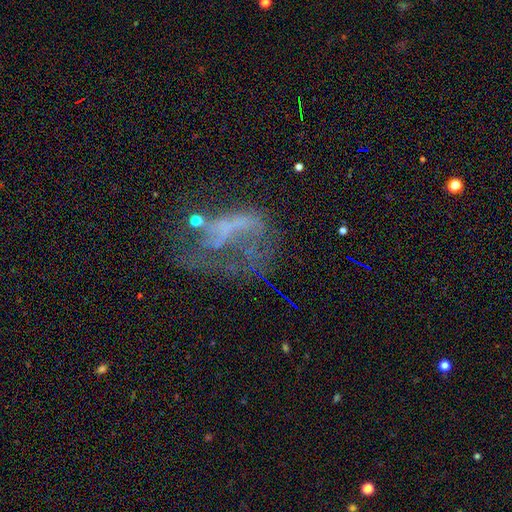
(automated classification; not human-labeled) featured or disk 59%, star or artifact 23%, smooth 18%. Down the decision tree: edge-on disk — no (96%); bar — no (78%); spiral arms — no (73%); bulge size — none (75%); merging — major disturbance (47%).